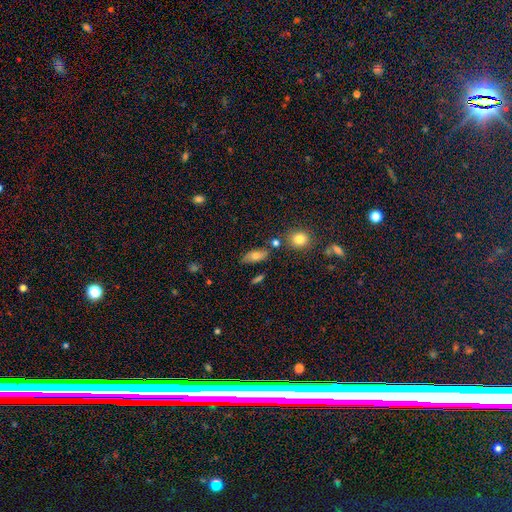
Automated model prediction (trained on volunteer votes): This appears to be a smooth galaxy with no disk features (66%) that is in between round and cigar-shaped (79%). Merging: none (70%).